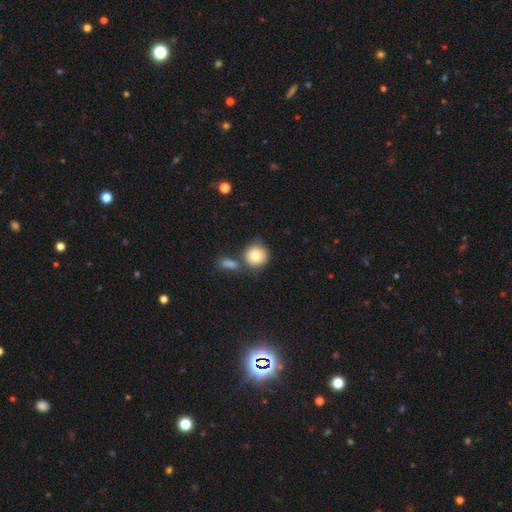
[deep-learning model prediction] smooth_or_featured: smooth (p=0.80) [alt: featured or disk p=0.11]
how_rounded: round (p=0.90) [alt: in between p=0.09]
merging: none (p=0.63) [alt: merger p=0.22]